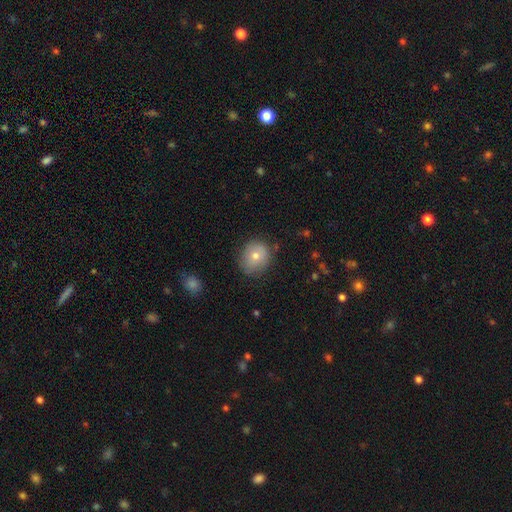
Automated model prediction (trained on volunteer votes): Overall: smooth (69%). How rounded: round (74%). Merging: none (78%).